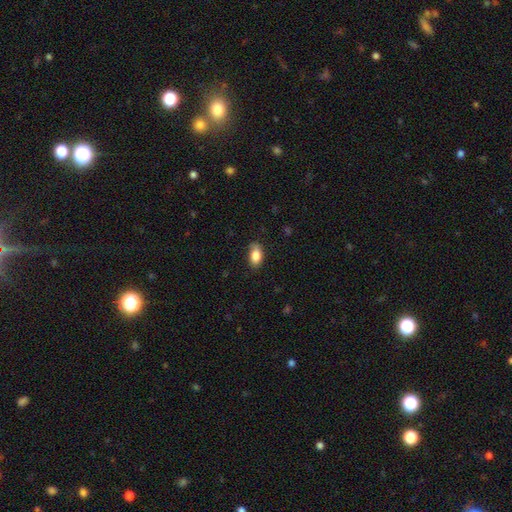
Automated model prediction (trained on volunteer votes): Overall: smooth (85%). How rounded: in between (90%). Merging: none (79%).